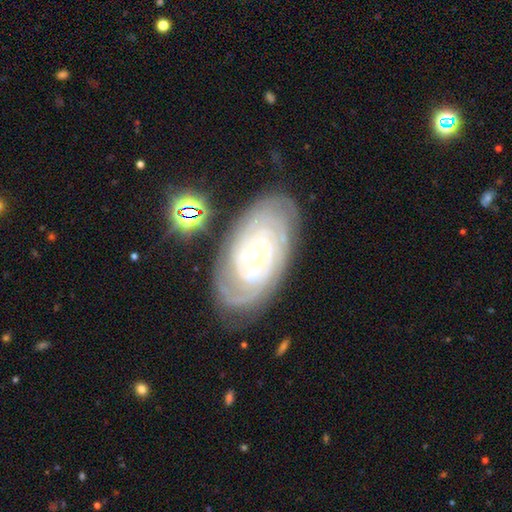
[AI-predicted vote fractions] Morphology: type=featured or disk (87%); edge-on=no (95%); bar=no (67%); spiral arms=yes (97%); winding=tight (83%); arm count=can't tell (33%); bulge=small (58%); merging=none (77%).